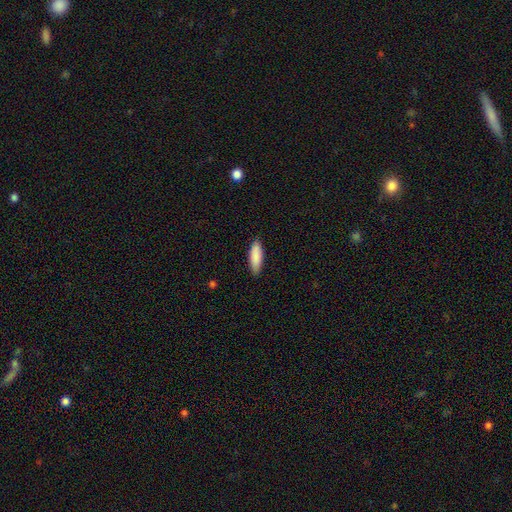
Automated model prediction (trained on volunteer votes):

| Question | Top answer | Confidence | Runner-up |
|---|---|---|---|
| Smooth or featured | smooth | 88% | featured or disk (6%) |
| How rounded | in between | 57% | cigar-shaped (42%) |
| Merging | none | 86% | minor disturbance (11%) |